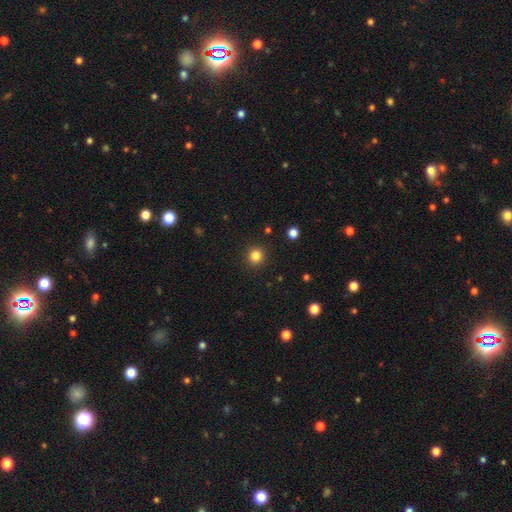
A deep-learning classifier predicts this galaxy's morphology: smooth 83%, star or artifact 13%, featured or disk 5%. Down the decision tree: how rounded — round (93%); merging — none (92%).